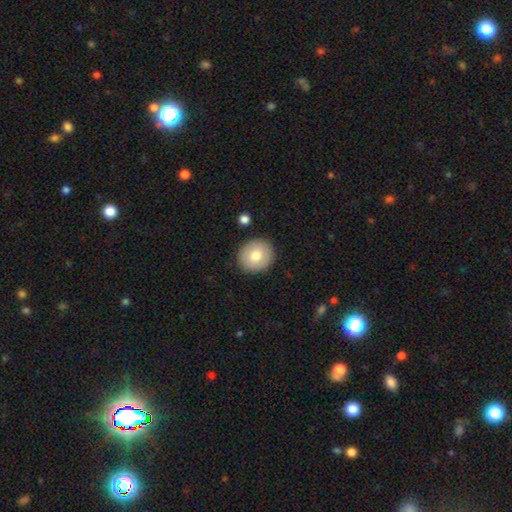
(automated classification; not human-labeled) This is likely a smooth galaxy (74%). How rounded: clearly round (86%). Merging: clearly none (89%).